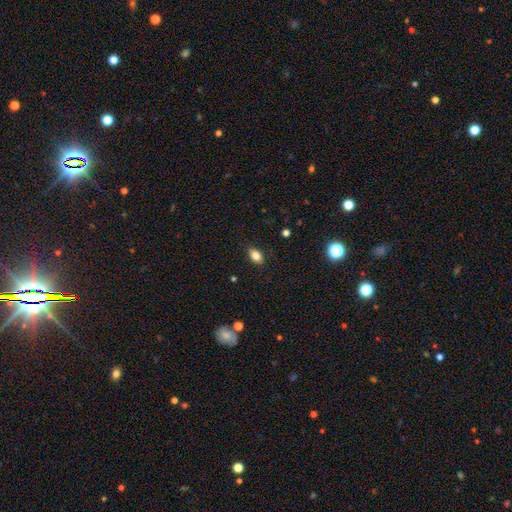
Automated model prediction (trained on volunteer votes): Overall: smooth (82%). How rounded: in between (87%). Merging: none (86%).